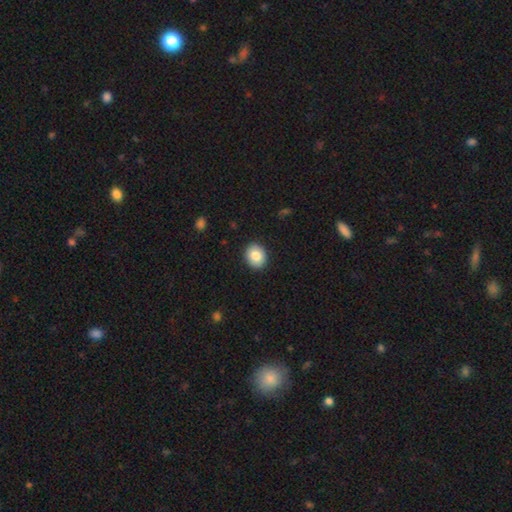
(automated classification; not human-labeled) smooth 84%, featured or disk 8%, star or artifact 8%. Down the decision tree: how rounded — round (56%); merging — none (91%).